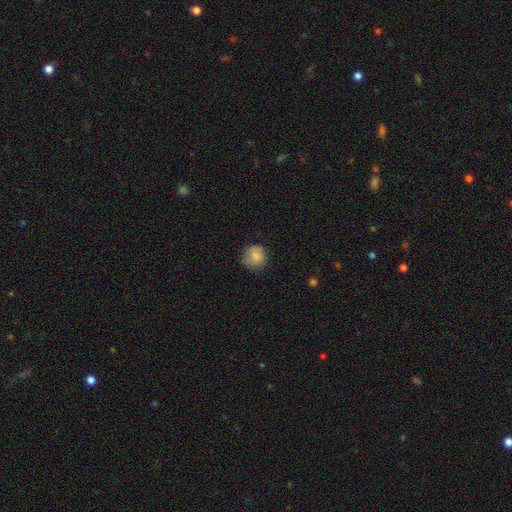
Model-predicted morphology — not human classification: smooth-or-featured: smooth: 73% | featured or disk: 19% | star or artifact: 8%
  how-rounded: round: 87% | in between: 12% | cigar-shaped: 1%
  merging: none: 71% | minor disturbance: 22% | major disturbance: 6% | merger: 1%